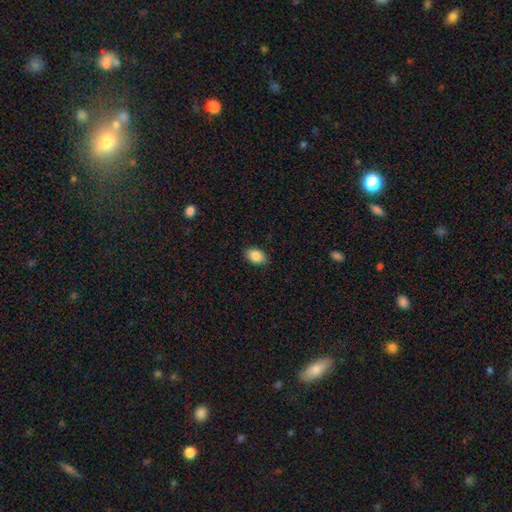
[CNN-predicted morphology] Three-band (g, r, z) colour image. It shows a smooth galaxy with no disk features (86%) that is in between round and cigar-shaped (83%). Merging: none (86%).